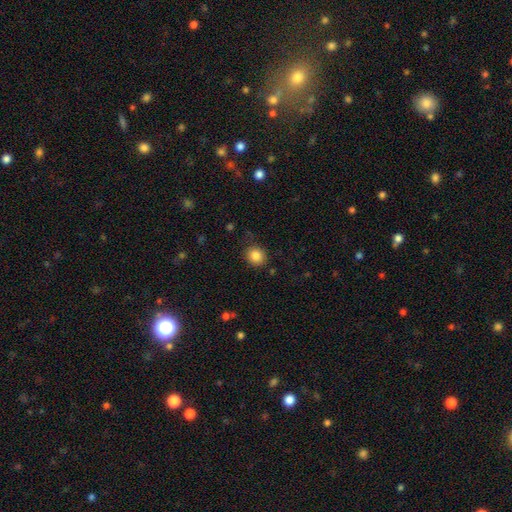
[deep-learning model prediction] A smooth galaxy with no disk features (85%) that is round (84%).

Vote fractions:
- Smooth or featured? smooth: 85% / star or artifact: 10% / featured or disk: 5%
- How rounded? round: 84% / in between: 16% / cigar-shaped: 1%
- Merging? none: 86% / minor disturbance: 9% / major disturbance: 3% / merger: 1%